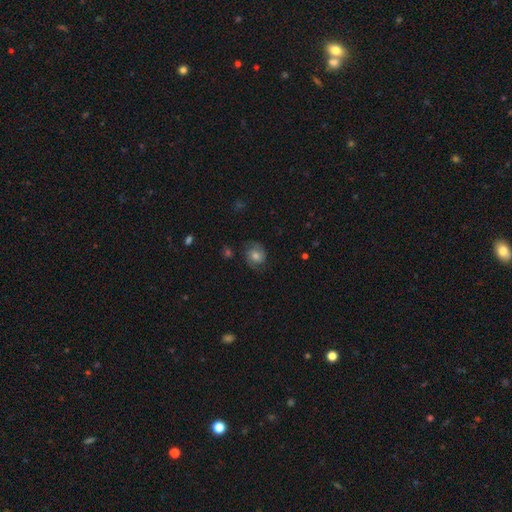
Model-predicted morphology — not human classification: smooth-or-featured: featured or disk: 55% | smooth: 35% | star or artifact: 11%
  disk-edge-on: no: 97% | yes: 3%
    bar: no: 67% | weak: 27% | strong: 5%
    has-spiral-arms: yes: 89% | no: 11%
    bulge-size: moderate: 62% | small: 22% | large: 11% | none: 3% | dominant: 2%
  merging: none: 75% | minor disturbance: 16% | major disturbance: 7% | merger: 2%